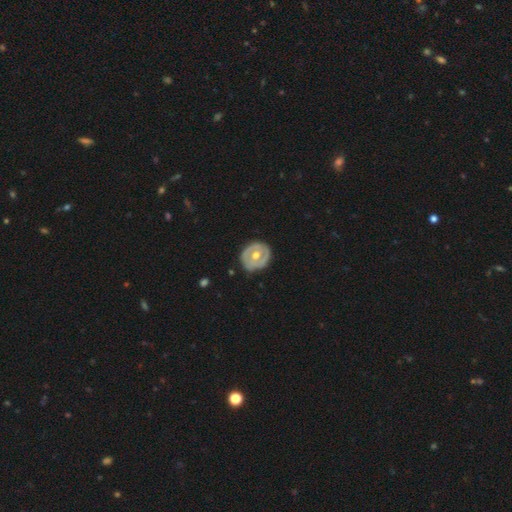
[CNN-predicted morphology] A featured or disk galaxy (60%) with no bar (71%), no spiral arms (67%) and a moderate central bulge (81%).

Vote fractions:
- Smooth or featured? featured or disk: 60% / smooth: 36% / star or artifact: 5%
- Edge-on disk? no: 95% / yes: 5%
- Bar? no: 71% / weak: 22% / strong: 8%
- Spiral arms? no: 67% / yes: 33%
- Bulge size? moderate: 81% / small: 13% / large: 5% / none: 1% / dominant: 1%
- Merging? none: 79% / minor disturbance: 16% / major disturbance: 4% / merger: 1%